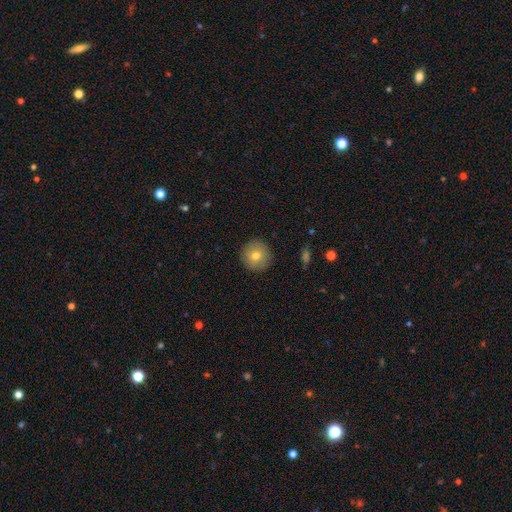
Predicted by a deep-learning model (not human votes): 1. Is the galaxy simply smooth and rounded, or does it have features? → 74% smooth, 17% featured or disk, 8% star or artifact.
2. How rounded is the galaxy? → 95% round, 4% in between, 1% cigar-shaped.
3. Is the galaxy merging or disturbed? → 91% none, 6% minor disturbance, 2% major disturbance, 1% merger.